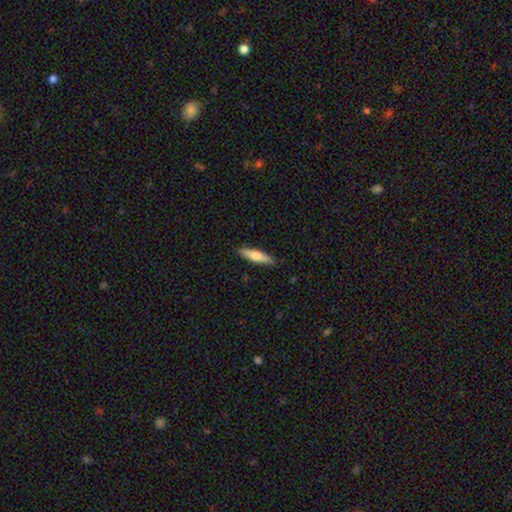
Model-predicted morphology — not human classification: Q: Smooth or featured?
A: smooth (61%); runner-up: featured or disk (33%)
Q: How rounded?
A: cigar-shaped (80%); runner-up: in between (19%)
Q: Merging?
A: none (89%); runner-up: minor disturbance (8%)